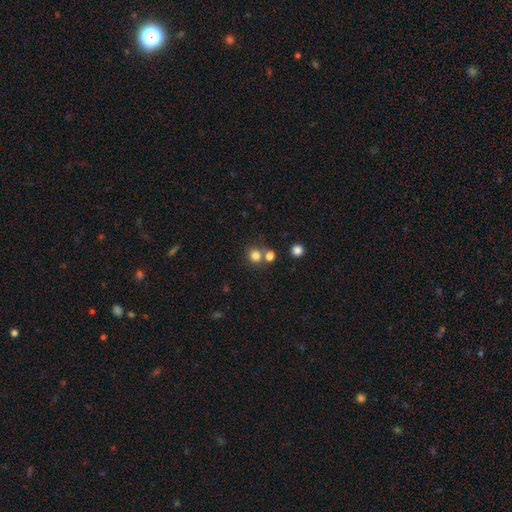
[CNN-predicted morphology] A smooth galaxy with no disk features (80%) that is round (87%).

Vote fractions:
- Smooth or featured? smooth: 80% / star or artifact: 14% / featured or disk: 7%
- How rounded? round: 87% / in between: 12% / cigar-shaped: 1%
- Merging? none: 64% / merger: 26% / minor disturbance: 8% / major disturbance: 3%